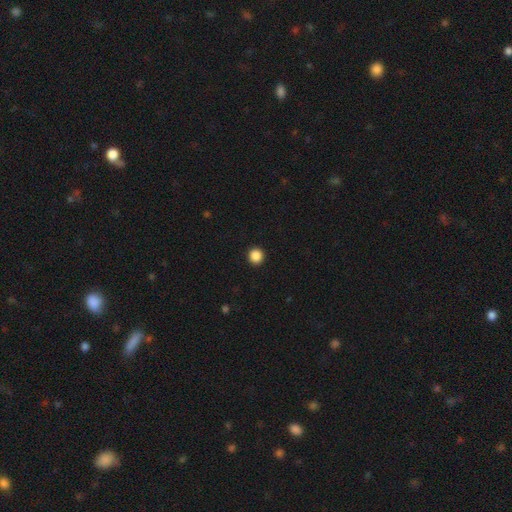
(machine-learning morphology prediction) Overall: smooth (88%). How rounded: round (95%). Merging: none (94%).